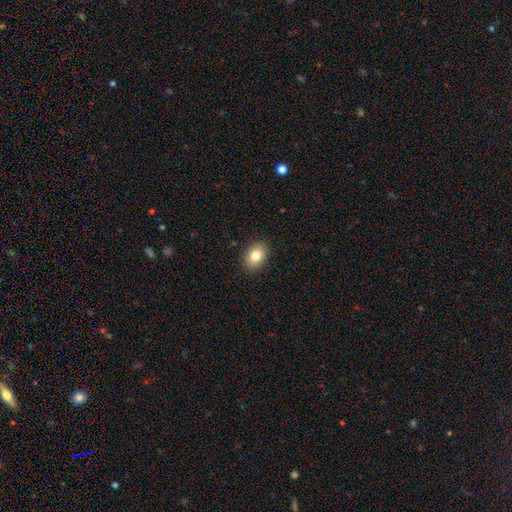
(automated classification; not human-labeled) Morphology: type=smooth (83%); roundness=in between (76%); merging=none (89%).